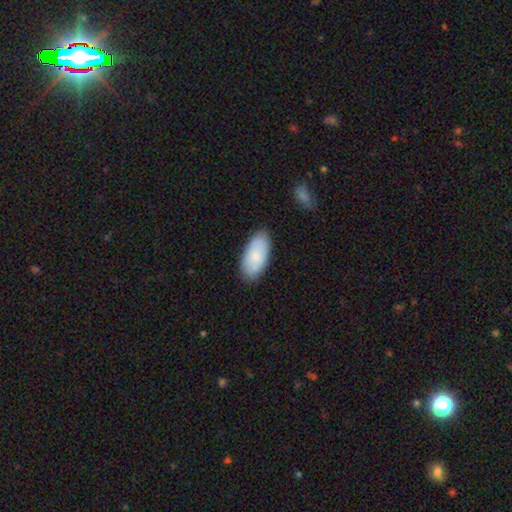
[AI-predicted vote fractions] smooth-or-featured: smooth: 79% | featured or disk: 15% | star or artifact: 6%
  how-rounded: in between: 94% | cigar-shaped: 4% | round: 2%
  merging: none: 83% | minor disturbance: 13% | major disturbance: 3% | merger: 2%